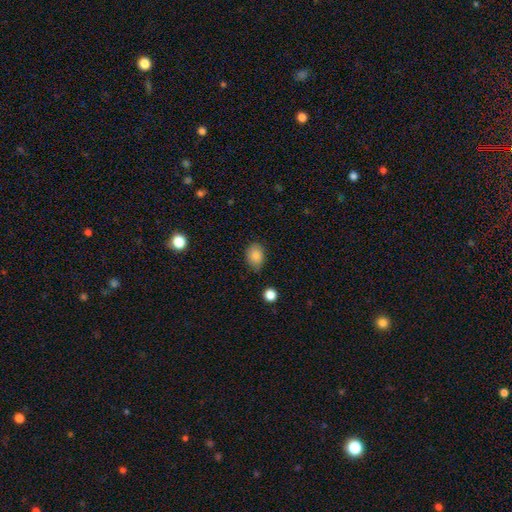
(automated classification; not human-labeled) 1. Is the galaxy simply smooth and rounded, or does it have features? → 84% smooth, 9% star or artifact, 7% featured or disk.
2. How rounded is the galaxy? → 70% in between, 29% round, 1% cigar-shaped.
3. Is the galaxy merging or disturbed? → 75% none, 19% minor disturbance, 3% major disturbance, 2% merger.